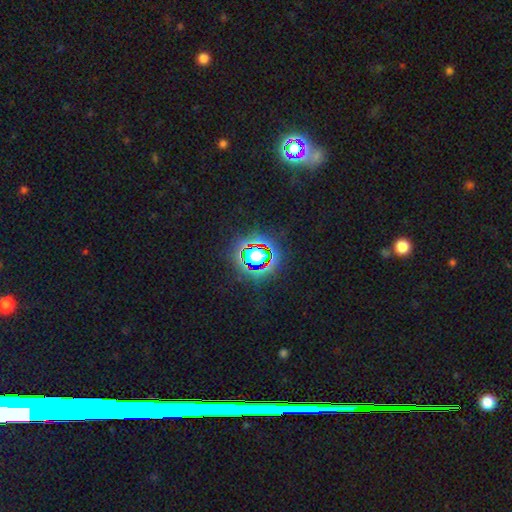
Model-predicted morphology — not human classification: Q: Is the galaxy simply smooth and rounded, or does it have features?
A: star or artifact — 70%.